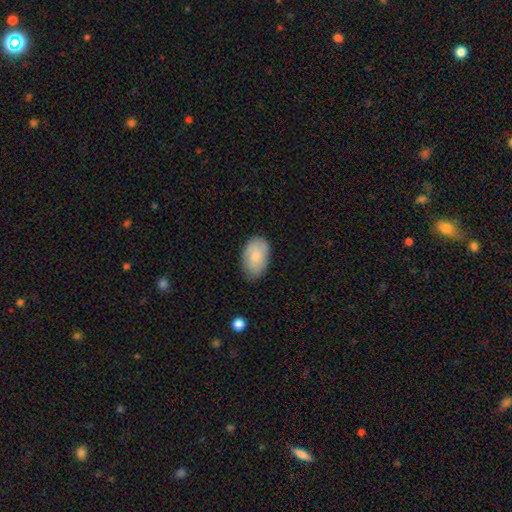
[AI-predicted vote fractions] smooth_or_featured: smooth (p=0.74) [alt: featured or disk p=0.20]
how_rounded: in between (p=0.90) [alt: round p=0.09]
merging: none (p=0.76) [alt: minor disturbance p=0.19]